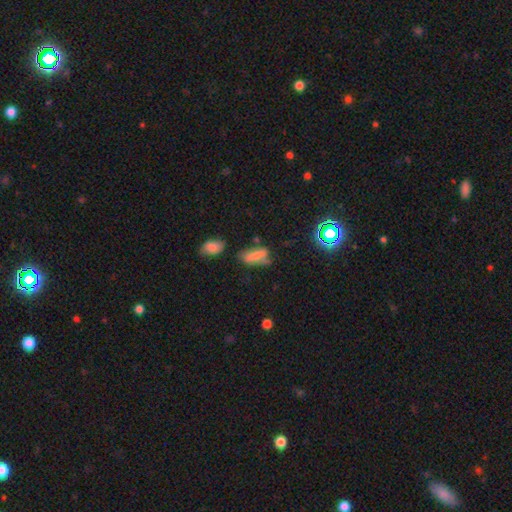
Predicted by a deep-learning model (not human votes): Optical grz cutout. It shows a smooth galaxy with no disk features (63%) that is in between round and cigar-shaped (72%). Merging: none (39%).